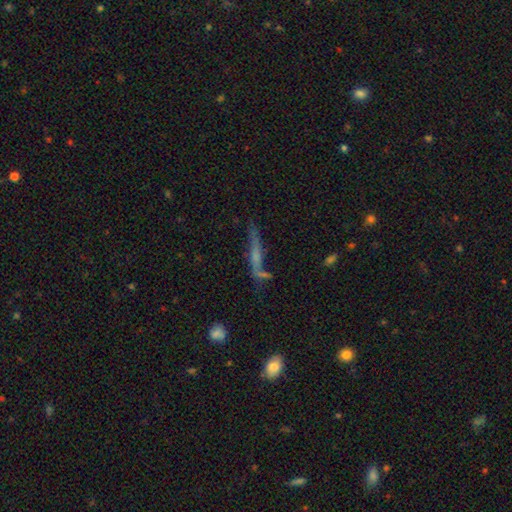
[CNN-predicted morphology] smooth_or_featured: featured or disk (p=0.57) [alt: smooth p=0.31]
disk_edge_on: yes (p=0.78) [alt: no p=0.22]
merging: none (p=0.53) [alt: minor disturbance p=0.22]